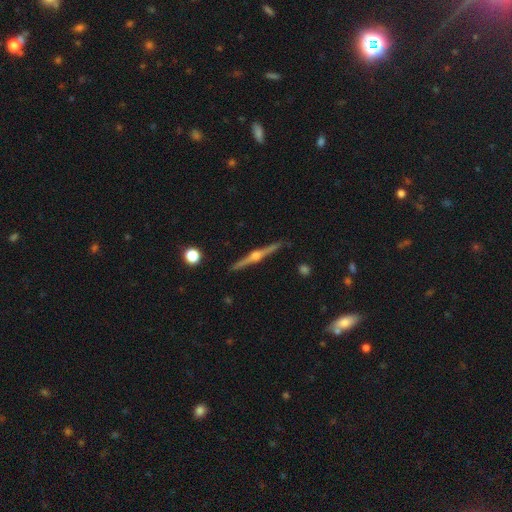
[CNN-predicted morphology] Overall: featured or disk (86%). Edge-on disk: yes (99%). Edge-on bulge: rounded (95%). Merging: none (92%).